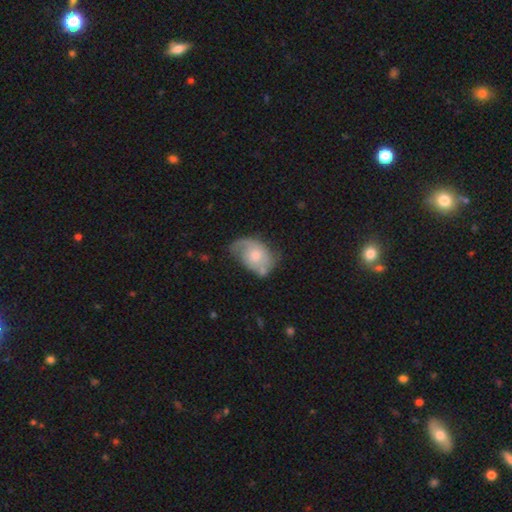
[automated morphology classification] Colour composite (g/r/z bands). It shows a featured or disk galaxy (54%) with no bar (76%), spiral arms (78%) and a moderate central bulge (50%). Merging: none (46%).